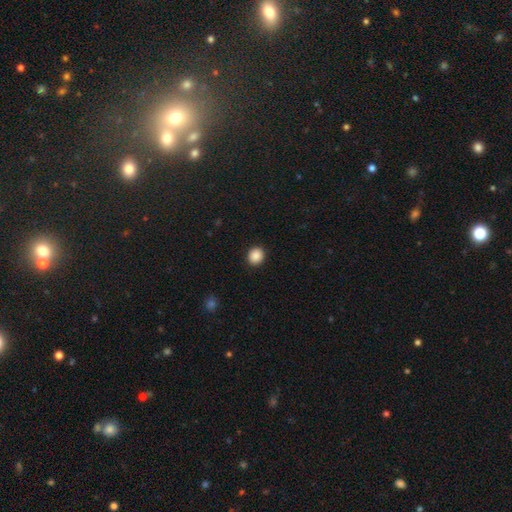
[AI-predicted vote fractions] This is clearly a smooth galaxy (89%). How rounded: likely round (76%). Merging: clearly none (92%).